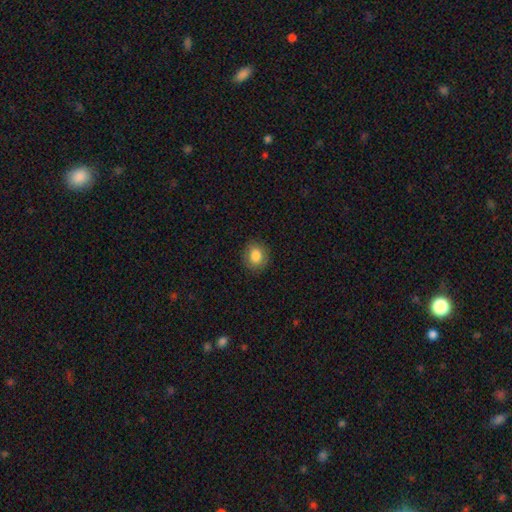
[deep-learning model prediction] This appears to be a smooth galaxy with no disk features (83%) that is round (70%). Merging: none (87%).